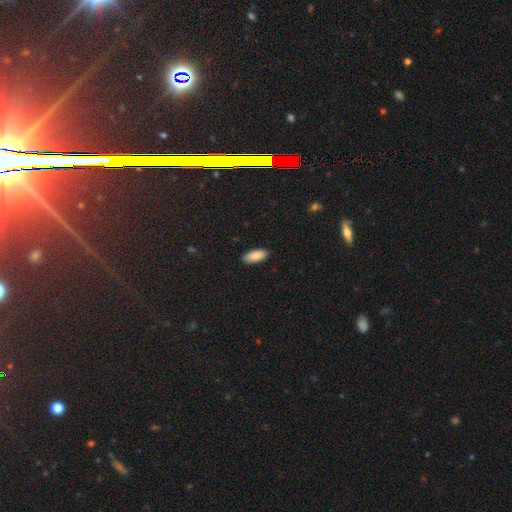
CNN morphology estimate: Q: Smooth or featured?
A: smooth (89%); runner-up: star or artifact (6%)
Q: How rounded?
A: in between (87%); runner-up: cigar-shaped (12%)
Q: Merging?
A: none (88%); runner-up: minor disturbance (9%)